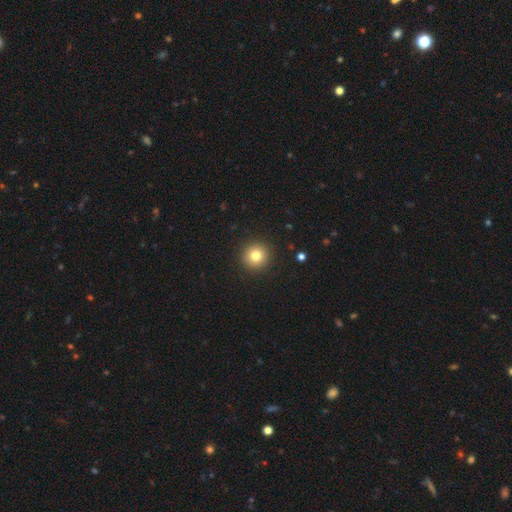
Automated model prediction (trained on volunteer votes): Smooth or featured?
  - smooth: 80% *
  - star or artifact: 11%
  - featured or disk: 9%
How rounded?
  - round: 95% *
  - in between: 4%
  - cigar-shaped: 1%
Merging?
  - none: 92% *
  - minor disturbance: 5%
  - major disturbance: 2%
  - merger: 1%